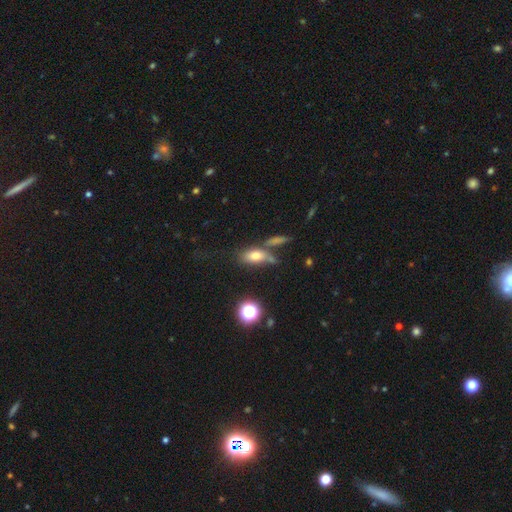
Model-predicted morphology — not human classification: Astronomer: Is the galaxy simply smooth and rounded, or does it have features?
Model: smooth — 71%.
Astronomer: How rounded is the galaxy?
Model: in between — 81%.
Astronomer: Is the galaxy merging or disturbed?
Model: none — 51%.